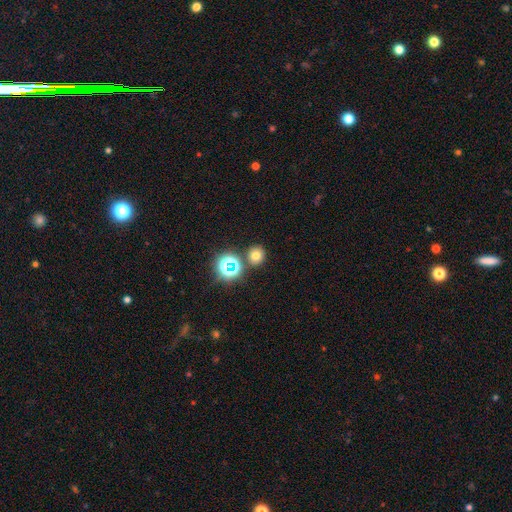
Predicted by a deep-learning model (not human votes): This appears to be a smooth galaxy with no disk features (67%) that is round (88%). Merging: none (83%).